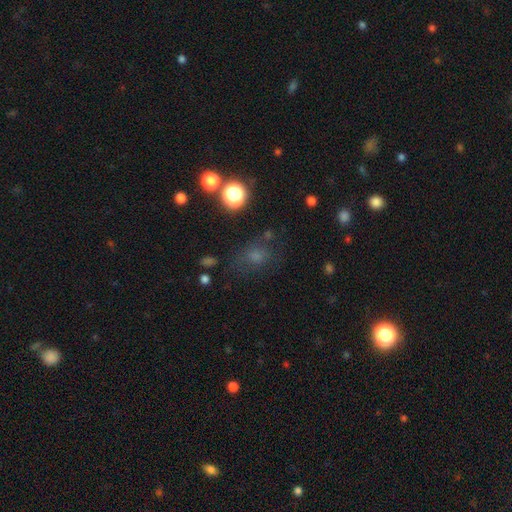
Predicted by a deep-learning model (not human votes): Smooth or featured: smooth — 50% (star or artifact — 36%)
How rounded: round — 53% (in between — 45%)
Merging: none — 68% (minor disturbance — 18%)